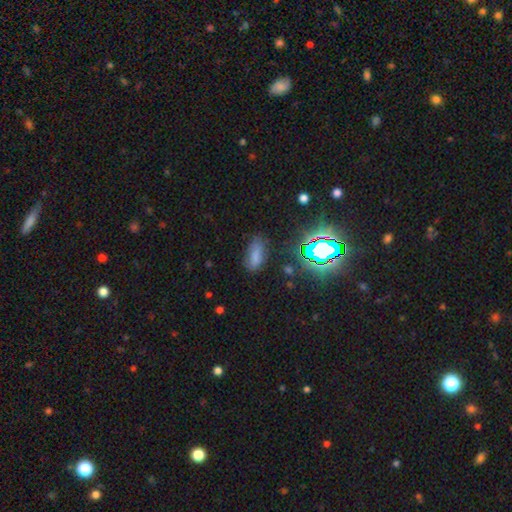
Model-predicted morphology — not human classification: type=smooth (69%); roundness=in between (78%); merging=none (70%).